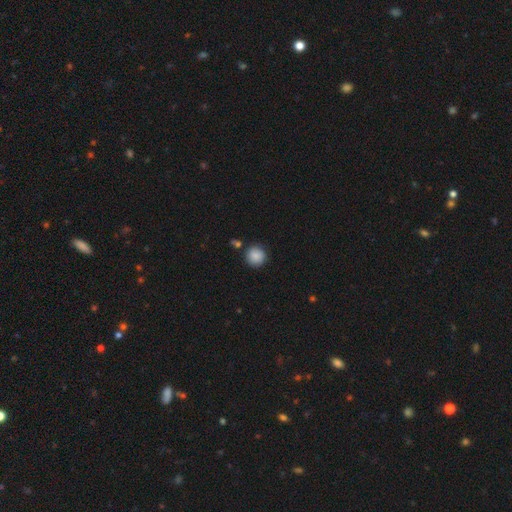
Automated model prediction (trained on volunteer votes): smooth-or-featured: smooth: 86% | star or artifact: 8% | featured or disk: 6%
  how-rounded: round: 94% | in between: 5% | cigar-shaped: 1%
  merging: none: 83% | minor disturbance: 10% | merger: 5% | major disturbance: 2%